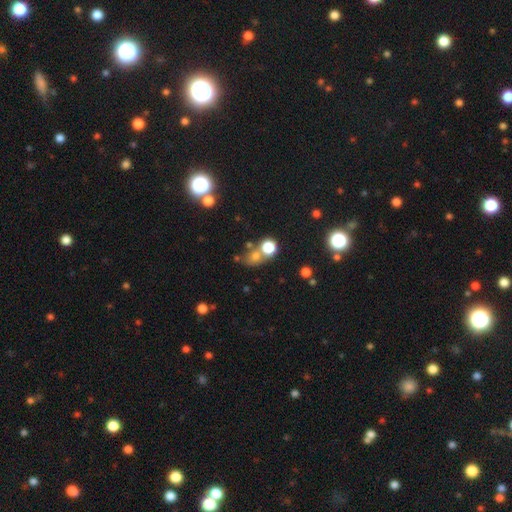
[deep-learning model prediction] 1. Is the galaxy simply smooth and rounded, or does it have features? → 68% smooth, 21% star or artifact, 11% featured or disk.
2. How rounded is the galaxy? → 70% round, 29% in between, 2% cigar-shaped.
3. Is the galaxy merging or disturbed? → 50% none, 34% merger, 10% minor disturbance, 6% major disturbance.